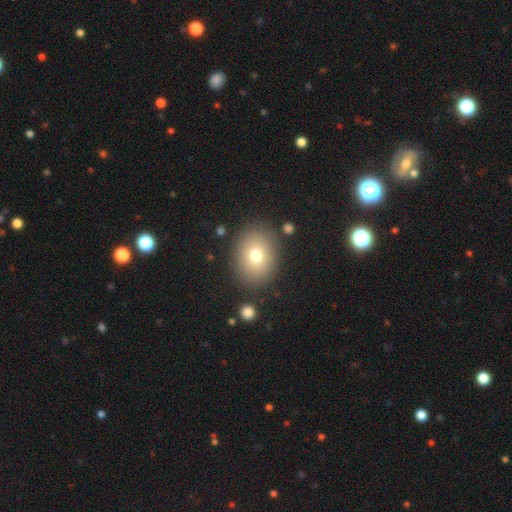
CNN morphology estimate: Smooth or featured? smooth (74%)
How rounded? in between (55%)
Merging? none (85%)